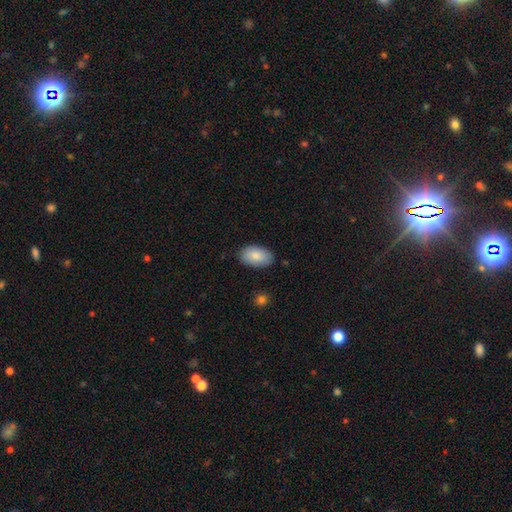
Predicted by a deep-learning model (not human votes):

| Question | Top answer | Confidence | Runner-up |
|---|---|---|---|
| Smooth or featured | smooth | 85% | featured or disk (10%) |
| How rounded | in between | 94% | round (5%) |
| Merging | none | 84% | minor disturbance (12%) |